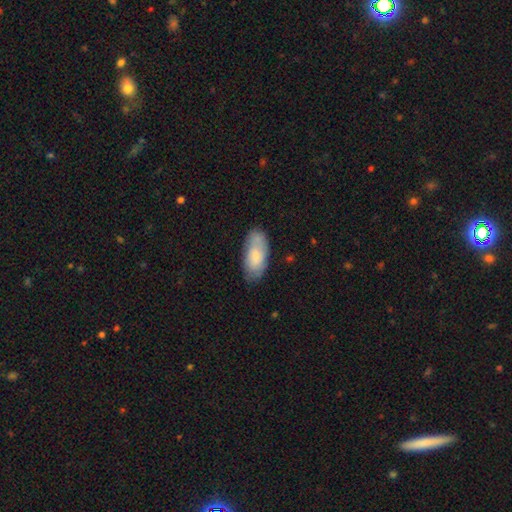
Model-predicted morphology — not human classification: A smooth galaxy with no disk features (78%) that is in between round and cigar-shaped (90%). Merging: none (68%).